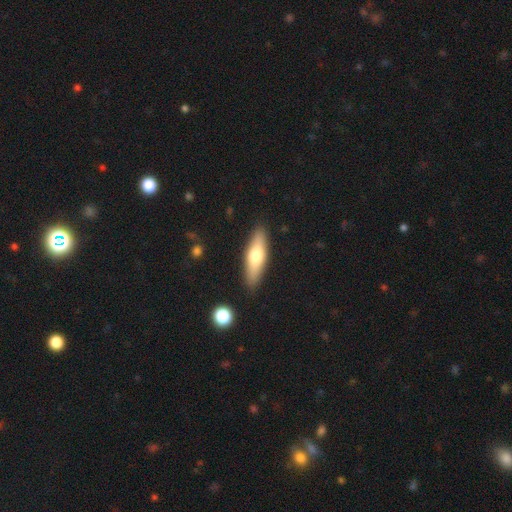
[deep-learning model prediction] Morphology: type=smooth (63%); roundness=cigar-shaped (53%); merging=none (88%).